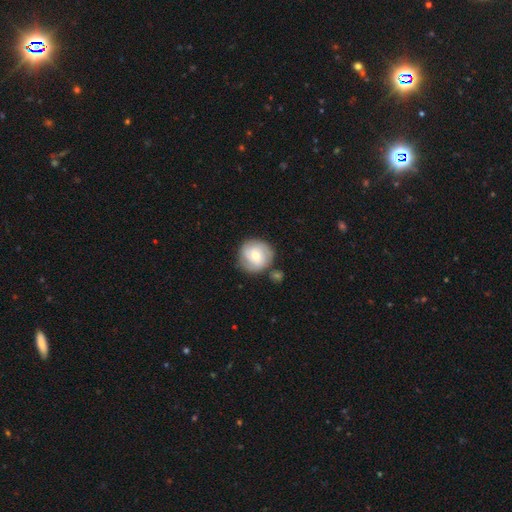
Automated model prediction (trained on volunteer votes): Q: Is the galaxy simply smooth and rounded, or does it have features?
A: smooth — 55%.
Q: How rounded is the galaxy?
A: round — 92%.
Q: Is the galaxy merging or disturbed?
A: none — 70%.